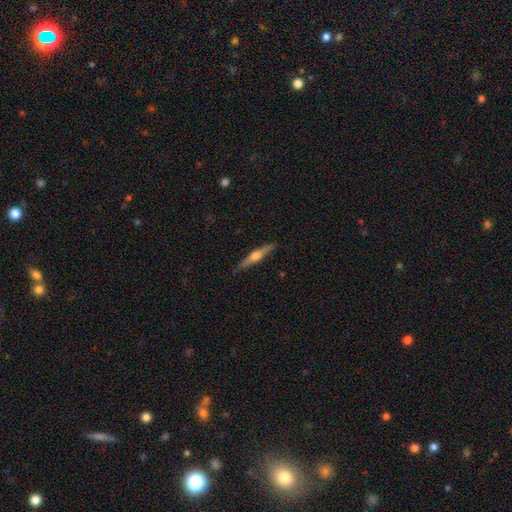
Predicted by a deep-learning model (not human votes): The model was most divided on "smooth or featured": featured or disk: 72%, smooth: 22%, star or artifact: 5%. More confident: edge-on disk — yes (98%); merging — none (90%); edge-on bulge — rounded (89%).